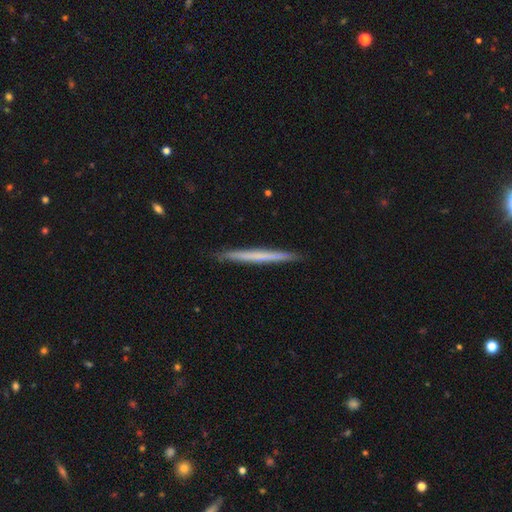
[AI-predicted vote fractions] Morphology: type=smooth (51%); roundness=cigar-shaped (98%); merging=none (92%).